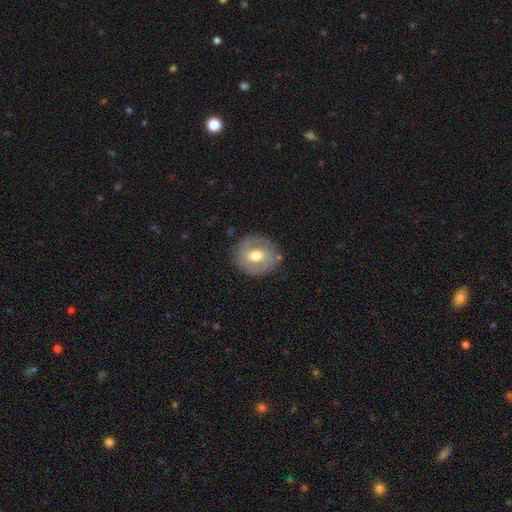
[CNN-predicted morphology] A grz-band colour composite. It shows a featured or disk galaxy (57%) with a weak bar (48%), spiral arms (60%) and a moderate central bulge (76%). Merging: none (82%).